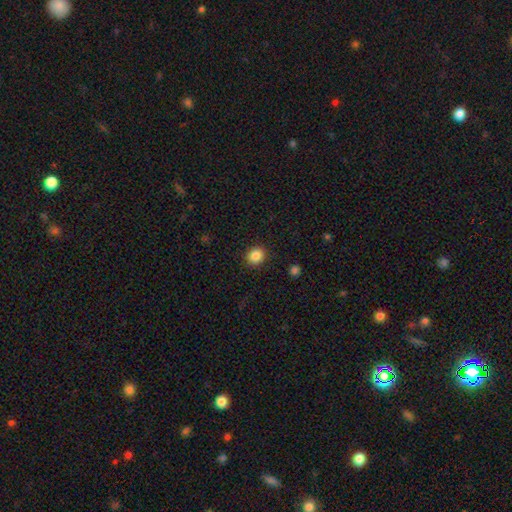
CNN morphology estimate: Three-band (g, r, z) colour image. It shows a smooth galaxy with no disk features (86%) that is round (81%). Merging: none (91%).